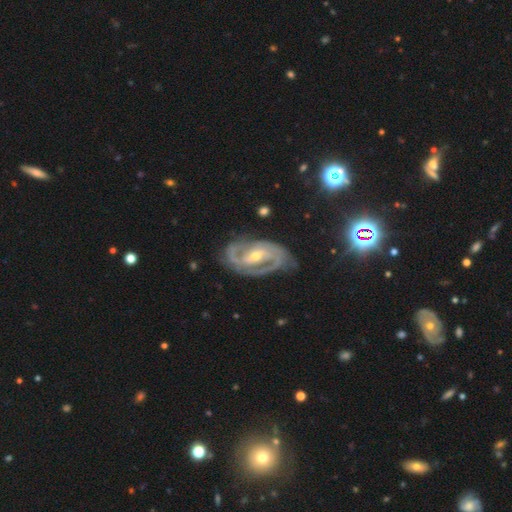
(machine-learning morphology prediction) This is clearly a featured or disk galaxy (90%). It is clearly not viewed edge-on (96%). Bar: marginally weak (41%). Spiral arm pattern: clearly yes (97%). Spiral arm count: likely 2 (74%). Spiral winding: possibly tight (50%). Central bulge: possibly small (53%). Merging: likely none (72%).